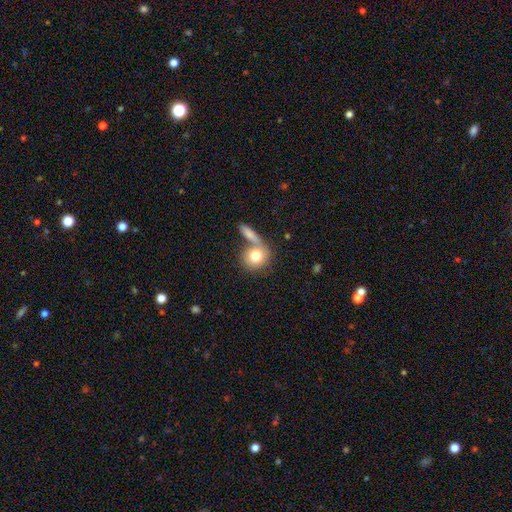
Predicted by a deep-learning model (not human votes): Q: Smooth or featured?
A: smooth (76%); runner-up: featured or disk (16%)
Q: How rounded?
A: round (79%); runner-up: in between (19%)
Q: Merging?
A: none (45%); runner-up: merger (39%)